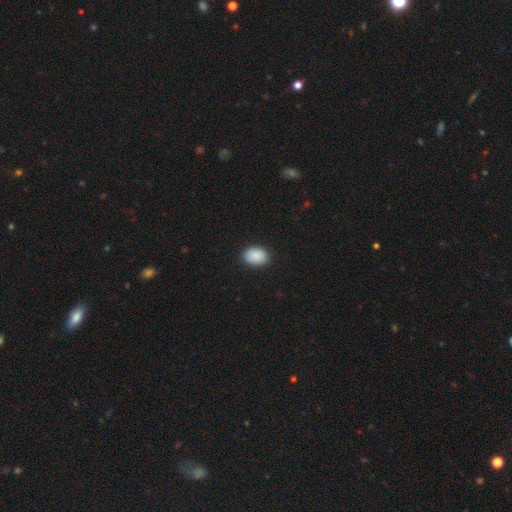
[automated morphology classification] This appears to be a smooth galaxy with no disk features (90%) that is in between round and cigar-shaped (79%). Merging: none (88%).